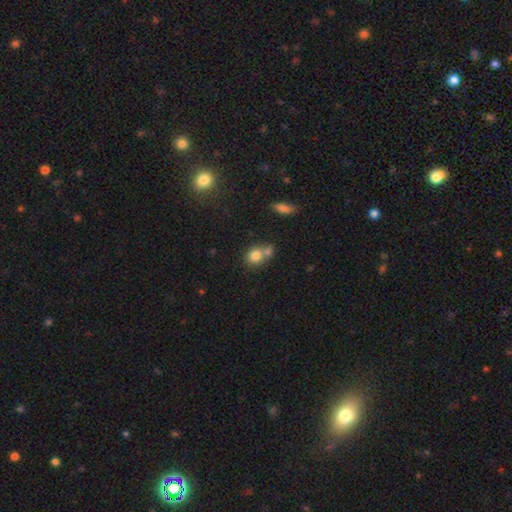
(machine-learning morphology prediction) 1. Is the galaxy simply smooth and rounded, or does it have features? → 79% smooth, 11% featured or disk, 10% star or artifact.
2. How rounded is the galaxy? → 72% round, 26% in between, 1% cigar-shaped.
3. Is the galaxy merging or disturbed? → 44% merger, 41% none, 11% minor disturbance, 4% major disturbance.